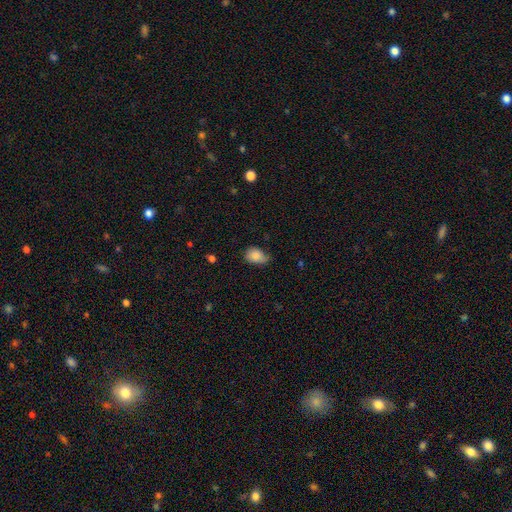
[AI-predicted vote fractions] Smooth or featured: smooth — 84% (featured or disk — 8%)
How rounded: in between — 73% (round — 26%)
Merging: none — 45% (minor disturbance — 43%)